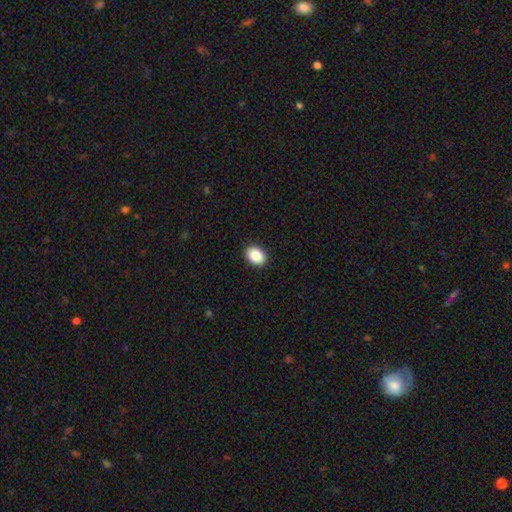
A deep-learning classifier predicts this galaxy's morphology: Smooth or featured?
  - smooth: 89% *
  - star or artifact: 8%
  - featured or disk: 4%
How rounded?
  - in between: 71% *
  - round: 28%
  - cigar-shaped: 1%
Merging?
  - none: 91% *
  - minor disturbance: 6%
  - major disturbance: 2%
  - merger: 1%